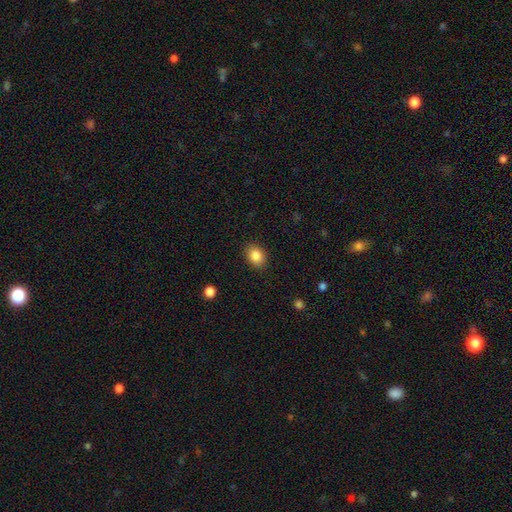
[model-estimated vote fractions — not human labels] smooth-or-featured: smooth: 86% | star or artifact: 9% | featured or disk: 5%
  how-rounded: in between: 62% | round: 37% | cigar-shaped: 1%
  merging: none: 88% | minor disturbance: 9% | major disturbance: 3% | merger: 1%